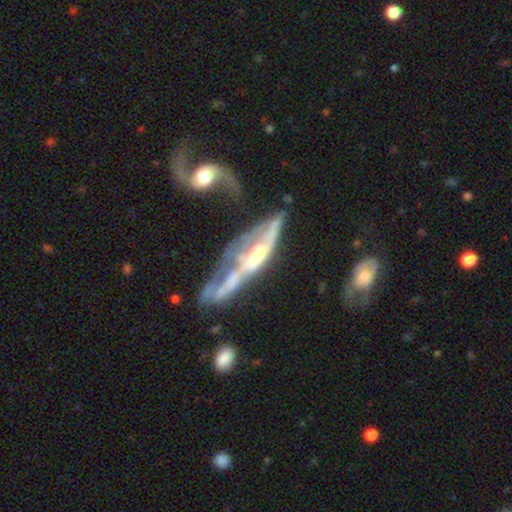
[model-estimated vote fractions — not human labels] The model was most divided on "spiral arms": no: 51%, yes: 49%. Remaining: edge-on disk — no (74%); smooth or featured — featured or disk (73%); bar — no (63%); bulge size — moderate (49%); merging — merger (46%).